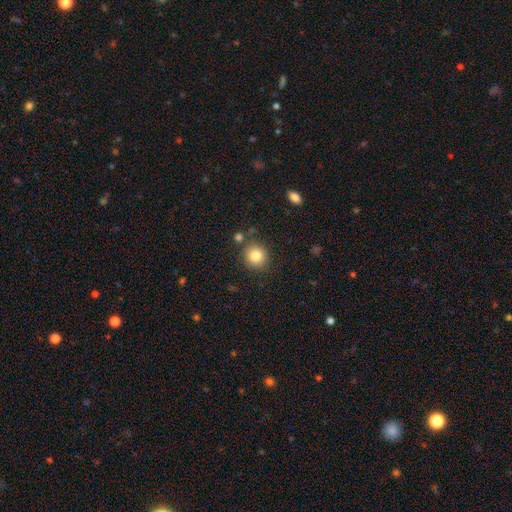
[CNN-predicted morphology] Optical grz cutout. It shows a smooth galaxy with no disk features (83%) that is round (86%). Merging: none (81%).